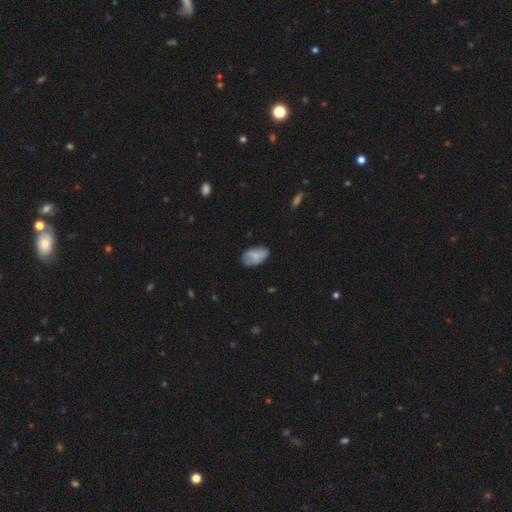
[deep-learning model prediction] Smooth or featured? Predicted: smooth (p=0.65). How rounded? Predicted: in between (p=0.91). Merging? Predicted: none (p=0.68).